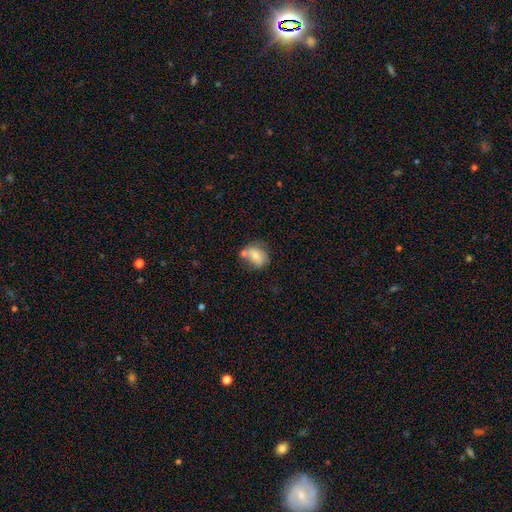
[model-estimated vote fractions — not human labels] Q: Smooth or featured?
A: smooth (68%); runner-up: featured or disk (23%)
Q: How rounded?
A: in between (55%); runner-up: round (43%)
Q: Merging?
A: none (45%); runner-up: merger (27%)